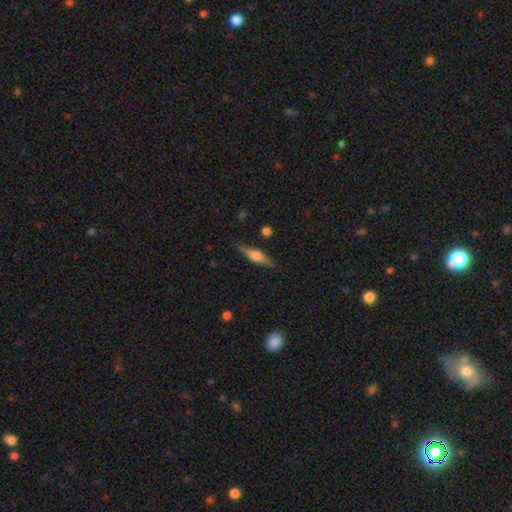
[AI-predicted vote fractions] A featured or disk galaxy (55%) viewed edge-on (95%) with a rounded central bulge (76%). Merging: none (86%).